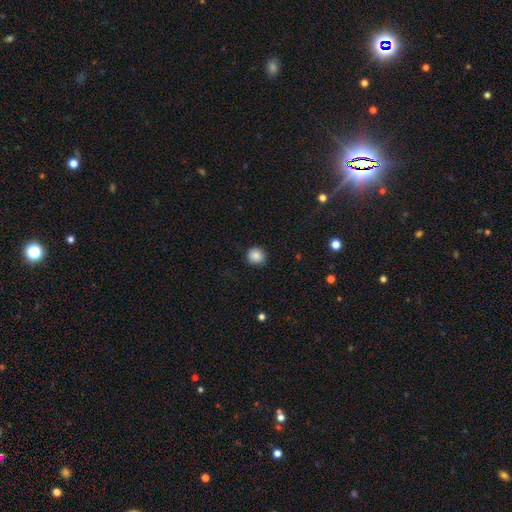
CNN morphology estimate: type=smooth (87%); roundness=round (90%); merging=none (86%).